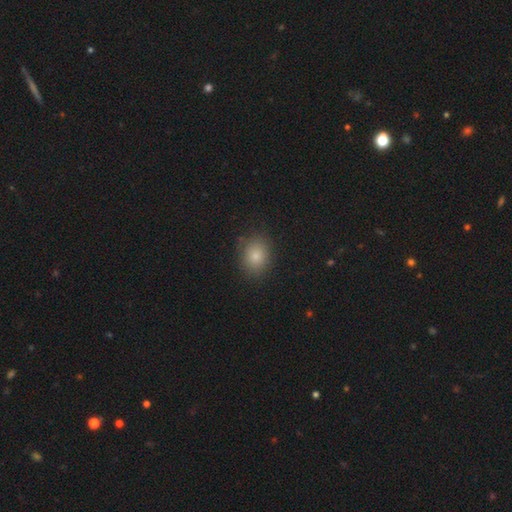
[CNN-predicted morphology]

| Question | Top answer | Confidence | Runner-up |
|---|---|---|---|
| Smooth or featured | smooth | 82% | star or artifact (11%) |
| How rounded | round | 52% | in between (47%) |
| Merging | none | 84% | minor disturbance (12%) |